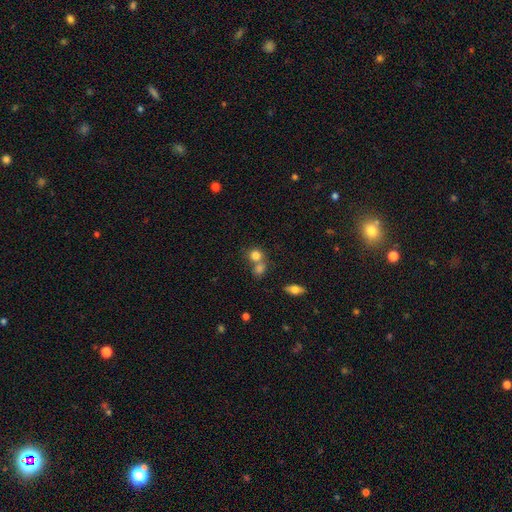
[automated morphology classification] Q: Smooth or featured?
A: smooth (78%); runner-up: star or artifact (12%)
Q: How rounded?
A: round (81%); runner-up: in between (18%)
Q: Merging?
A: none (45%); runner-up: merger (44%)